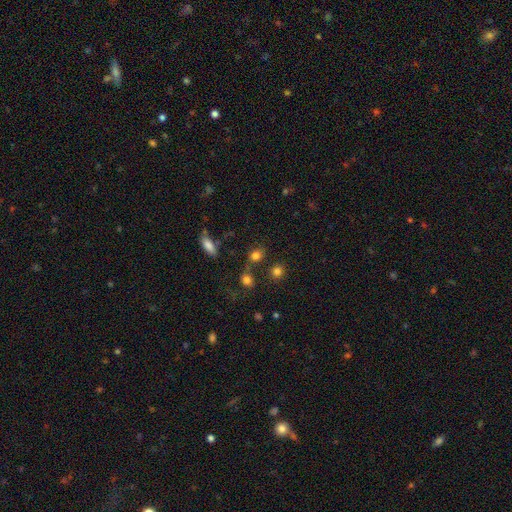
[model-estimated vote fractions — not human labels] Smooth or featured: smooth — 80% (star or artifact — 13%)
How rounded: round — 65% (in between — 33%)
Merging: none — 64% (merger — 17%)